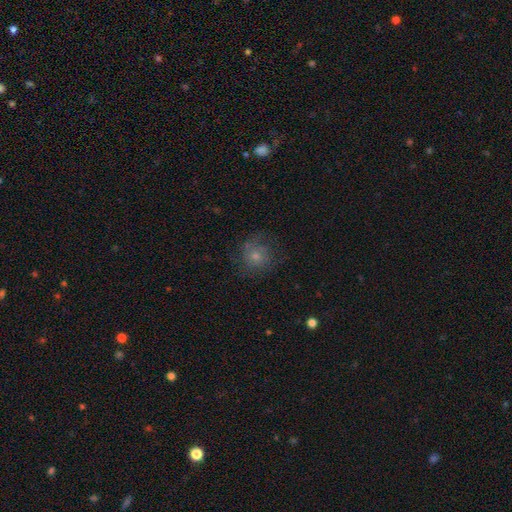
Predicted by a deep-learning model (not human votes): Q: Smooth or featured?
A: smooth (62%); runner-up: featured or disk (26%)
Q: How rounded?
A: round (85%); runner-up: in between (14%)
Q: Merging?
A: none (66%); runner-up: minor disturbance (19%)